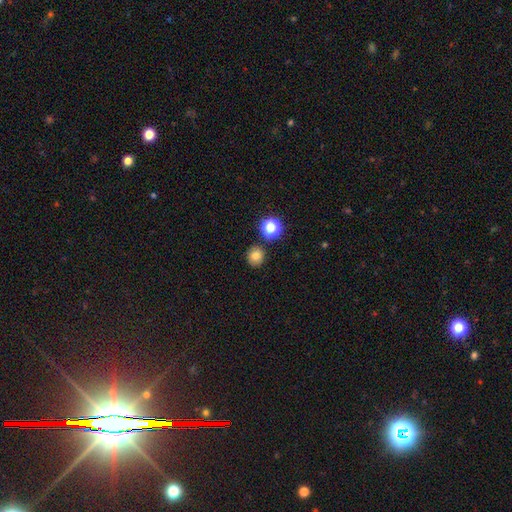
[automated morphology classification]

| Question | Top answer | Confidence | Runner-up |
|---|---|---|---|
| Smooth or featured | smooth | 78% | star or artifact (15%) |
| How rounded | round | 86% | in between (13%) |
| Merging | none | 84% | minor disturbance (9%) |